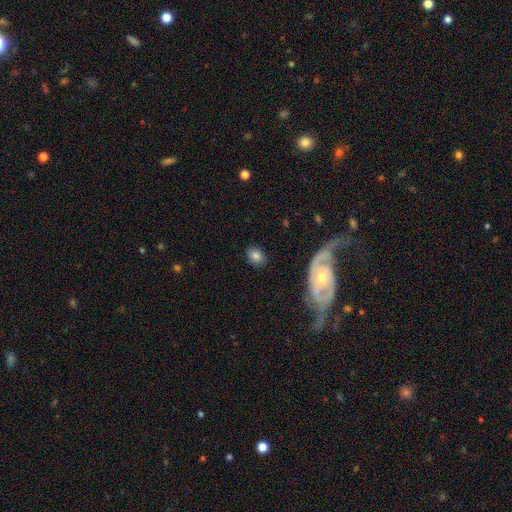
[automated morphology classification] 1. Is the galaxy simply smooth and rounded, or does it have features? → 77% smooth, 15% featured or disk, 8% star or artifact.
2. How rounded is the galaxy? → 66% in between, 33% round, 2% cigar-shaped.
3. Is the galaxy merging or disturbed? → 84% none, 11% minor disturbance, 3% major disturbance, 2% merger.